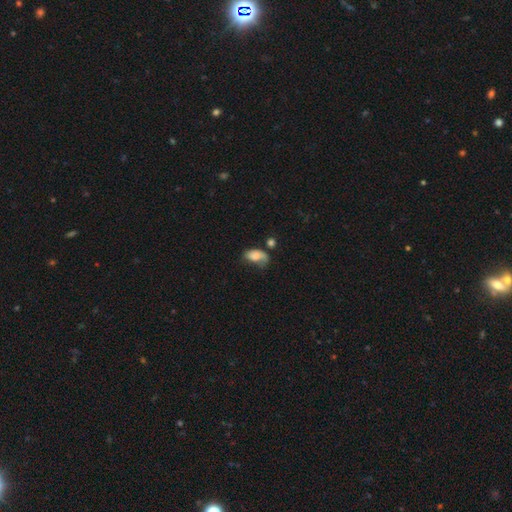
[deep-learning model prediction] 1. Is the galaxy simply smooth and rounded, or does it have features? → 74% smooth, 17% featured or disk, 9% star or artifact.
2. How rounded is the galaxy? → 90% in between, 7% round, 2% cigar-shaped.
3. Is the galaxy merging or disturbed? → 31% none (tied), 31% minor disturbance (tied), 28% major disturbance, 10% merger.